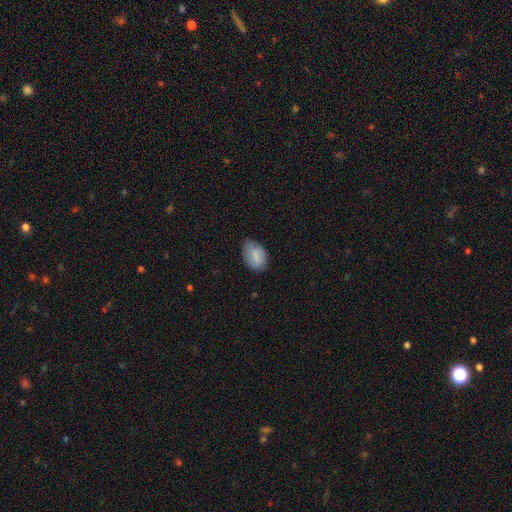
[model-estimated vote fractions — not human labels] This appears to be a smooth galaxy with no disk features (82%) that is in between round and cigar-shaped (85%). Merging: none (65%).